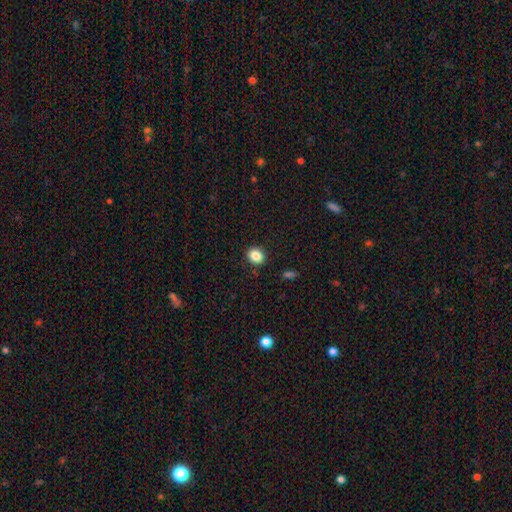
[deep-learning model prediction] Smooth or featured?
  - smooth: 85% *
  - star or artifact: 10%
  - featured or disk: 5%
How rounded?
  - round: 57% *
  - in between: 43%
  - cigar-shaped: 1%
Merging?
  - none: 90% *
  - minor disturbance: 7%
  - major disturbance: 2%
  - merger: 1%